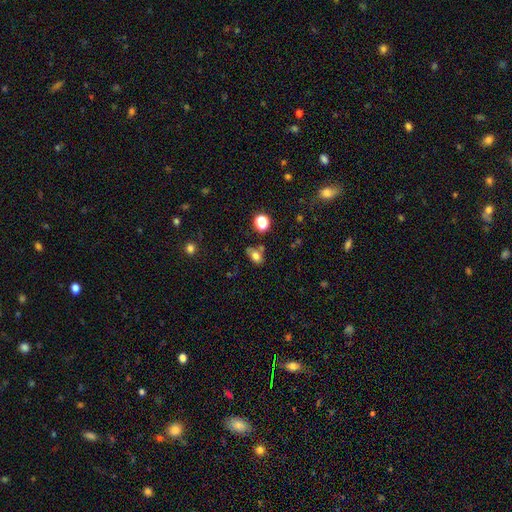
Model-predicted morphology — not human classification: smooth-or-featured: smooth: 76% | star or artifact: 14% | featured or disk: 11%
  how-rounded: in between: 77% | round: 21% | cigar-shaped: 2%
  merging: none: 61% | minor disturbance: 19% | merger: 14% | major disturbance: 6%